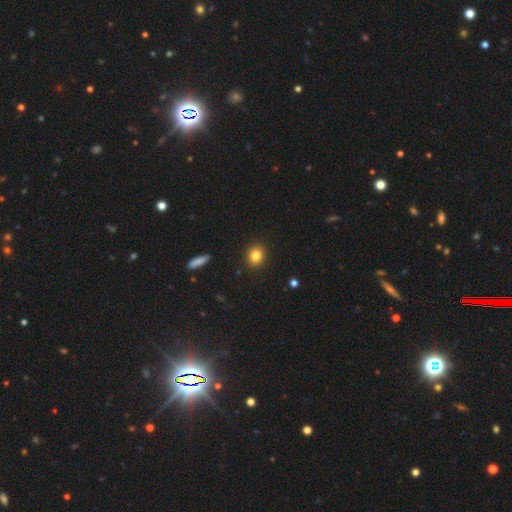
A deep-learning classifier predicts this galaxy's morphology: Smooth or featured?
  - smooth: 83% *
  - star or artifact: 10%
  - featured or disk: 7%
How rounded?
  - round: 67% *
  - in between: 32%
  - cigar-shaped: 1%
Merging?
  - none: 91% *
  - minor disturbance: 6%
  - major disturbance: 2%
  - merger: 1%